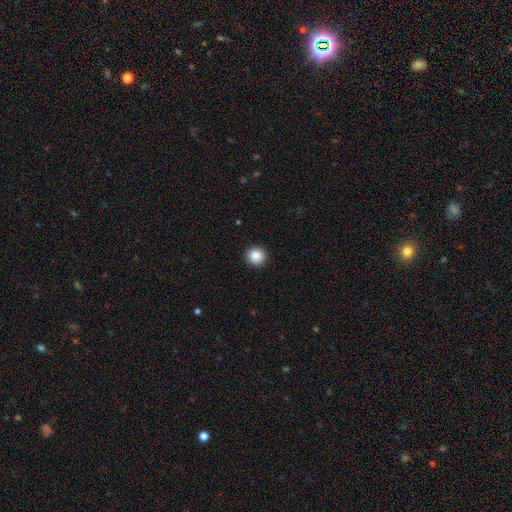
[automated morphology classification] The model was most divided on "smooth or featured": smooth: 87%, star or artifact: 10%, featured or disk: 4%. More confident: how rounded — round (96%); merging — none (93%).